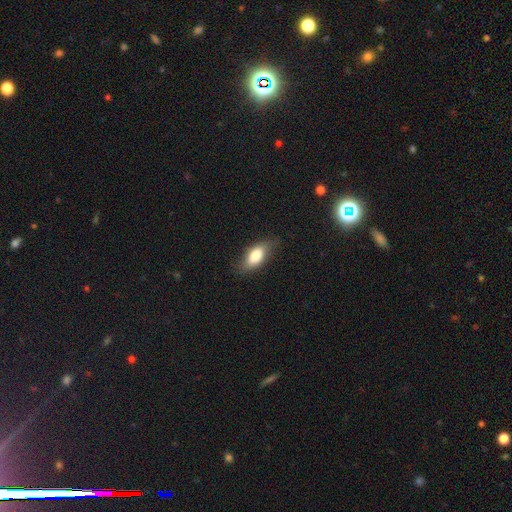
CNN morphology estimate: Q: Smooth or featured?
A: smooth (76%); runner-up: featured or disk (17%)
Q: How rounded?
A: in between (83%); runner-up: cigar-shaped (13%)
Q: Merging?
A: none (75%); runner-up: minor disturbance (19%)